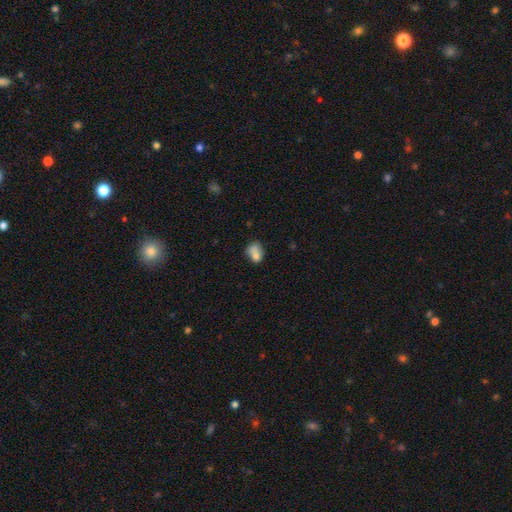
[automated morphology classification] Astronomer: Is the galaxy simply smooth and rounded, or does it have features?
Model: smooth — 71%.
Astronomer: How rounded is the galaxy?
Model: in between — 53% (runner-up: round, 46%).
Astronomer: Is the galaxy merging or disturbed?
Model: merger — 44% (runner-up: none, 32%).